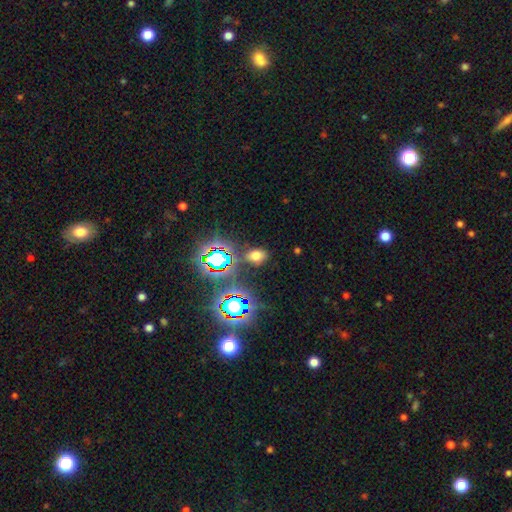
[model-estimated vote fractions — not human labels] A smooth galaxy with no disk features (55%) that is in between round and cigar-shaped (74%).

Vote fractions:
- Smooth or featured? smooth: 55% / star or artifact: 36% / featured or disk: 9%
- How rounded? in between: 74% / round: 24% / cigar-shaped: 2%
- Merging? none: 79% / minor disturbance: 12% / merger: 5% / major disturbance: 4%